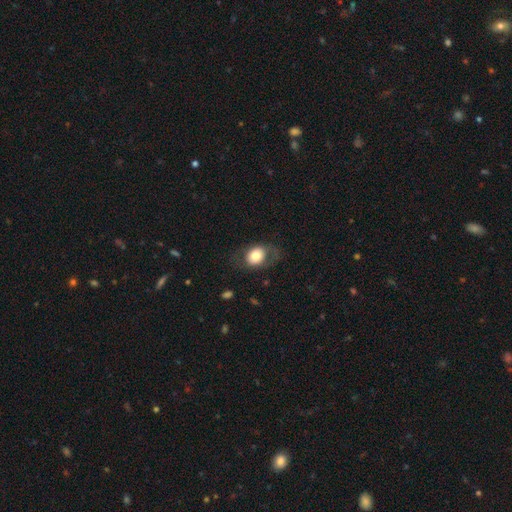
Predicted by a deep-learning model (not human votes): Morphology: type=smooth (71%); roundness=in between (60%); merging=none (63%).